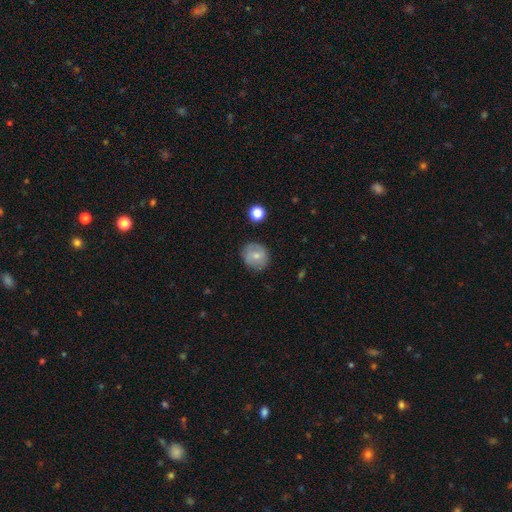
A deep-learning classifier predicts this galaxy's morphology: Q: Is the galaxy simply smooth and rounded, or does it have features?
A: smooth — 69%.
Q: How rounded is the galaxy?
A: round — 81%.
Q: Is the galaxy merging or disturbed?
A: none — 83%.